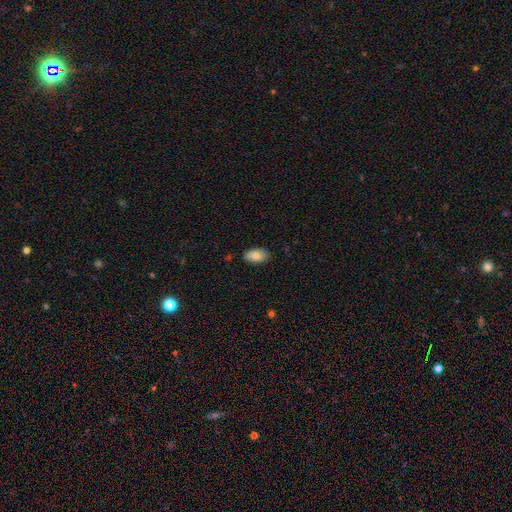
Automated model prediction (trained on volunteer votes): A smooth galaxy with no disk features (81%) that is in between round and cigar-shaped (94%). Merging: none (85%).